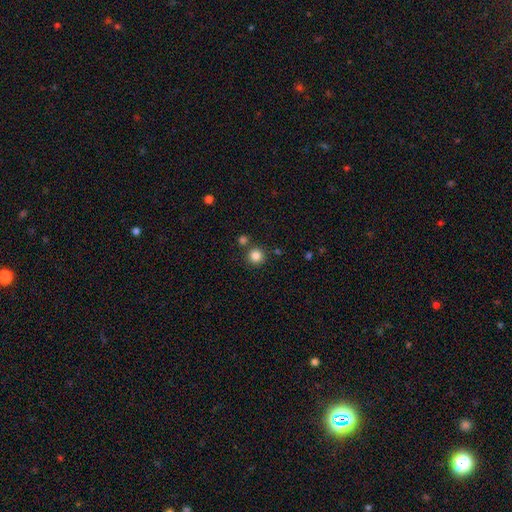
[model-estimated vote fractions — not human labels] The model was most divided on "merging": none: 81%, merger: 9%, minor disturbance: 7%, major disturbance: 3%. More confident: how rounded — round (95%); smooth or featured — smooth (84%).